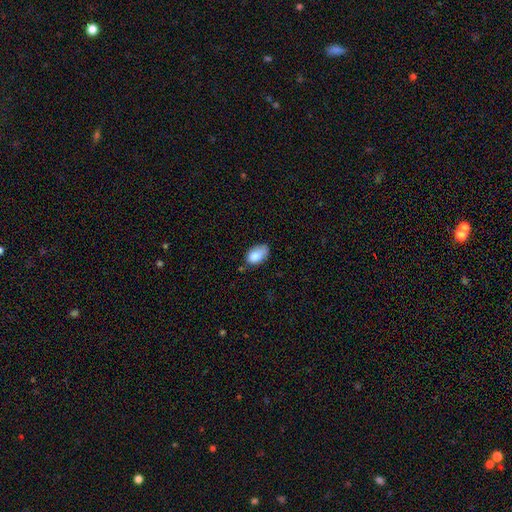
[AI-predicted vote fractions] smooth 84%, featured or disk 8%, star or artifact 8%. Down the decision tree: how rounded — in between (92%); merging — none (52%).